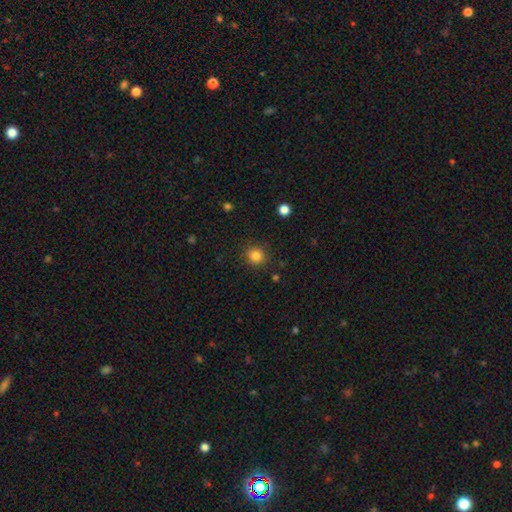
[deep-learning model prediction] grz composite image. It shows a smooth galaxy with no disk features (84%) that is round (91%). Merging: none (88%).